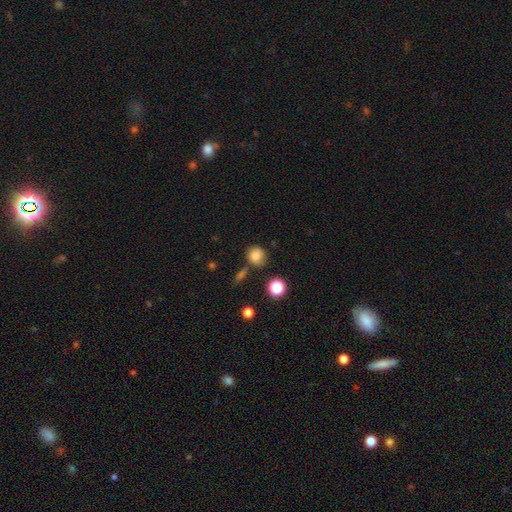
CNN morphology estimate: This appears to be a smooth galaxy with no disk features (80%) that is round (85%). Merging: none (69%).